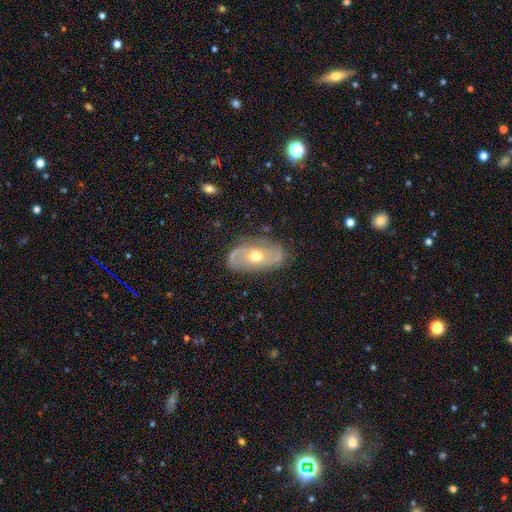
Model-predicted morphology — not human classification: This is likely a featured or disk galaxy (73%). It is clearly not viewed edge-on (91%). Bar: likely no (71%). Spiral arm pattern: clearly yes (83%). Spiral arm count: likely 2 (80%). Spiral winding: marginally loose (38%, tied with medium). Central bulge: likely moderate (68%). Merging: likely none (76%).